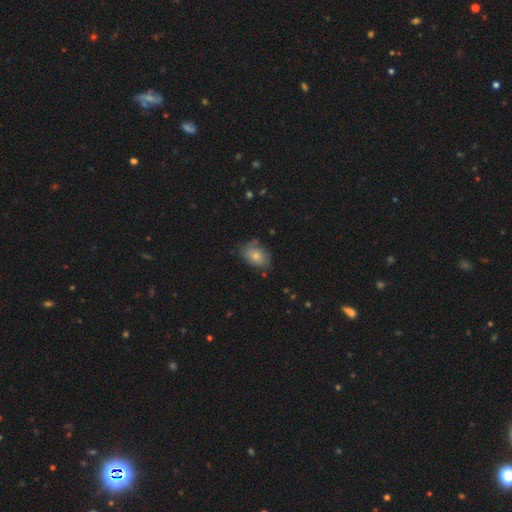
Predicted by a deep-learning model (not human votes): This is likely a smooth galaxy (77%). How rounded: clearly in between (80%). Merging: likely none (68%).